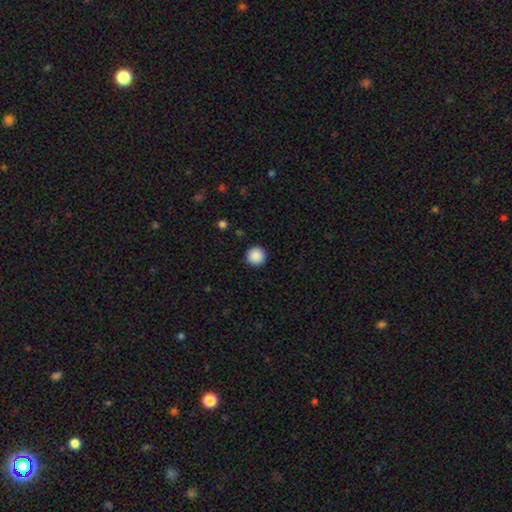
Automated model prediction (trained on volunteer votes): This is clearly a smooth galaxy (89%). How rounded: clearly round (96%). Merging: clearly none (93%).